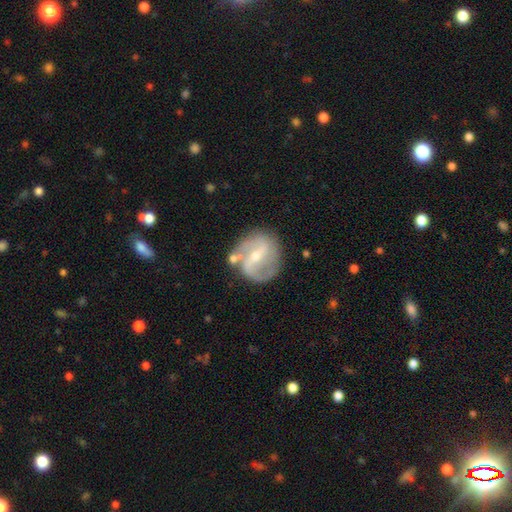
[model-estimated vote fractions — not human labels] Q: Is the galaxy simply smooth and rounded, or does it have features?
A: featured or disk — 82%.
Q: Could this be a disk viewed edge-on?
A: no — 97%.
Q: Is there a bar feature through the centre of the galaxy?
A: strong — 42%.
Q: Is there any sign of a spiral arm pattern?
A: yes — 90%.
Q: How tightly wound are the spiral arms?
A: medium — 46%.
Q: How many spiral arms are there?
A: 2 — 85%.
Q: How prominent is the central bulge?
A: small — 63%.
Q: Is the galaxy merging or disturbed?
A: none — 71%.